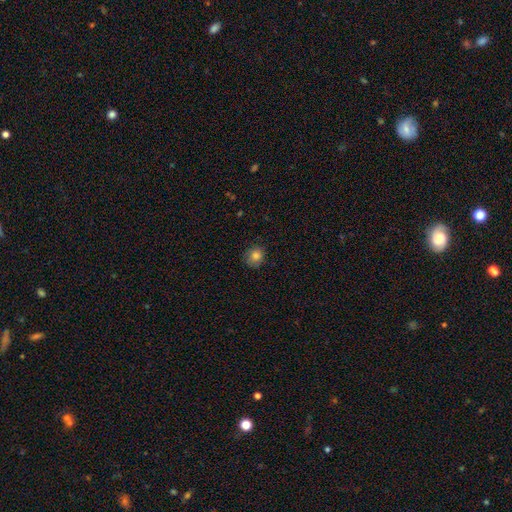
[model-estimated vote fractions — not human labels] Morphology: type=smooth (81%); roundness=round (81%); merging=none (77%).